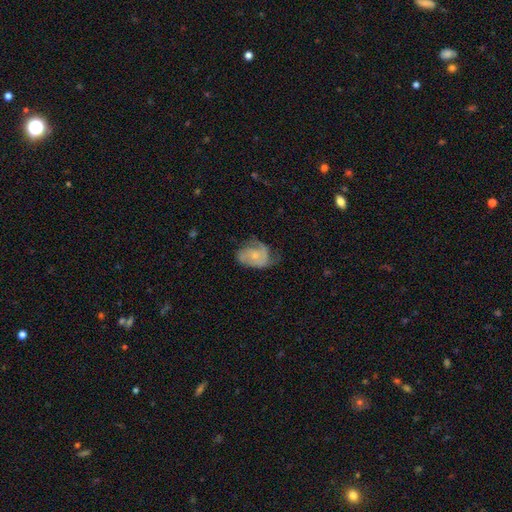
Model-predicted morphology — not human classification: A featured or disk galaxy (63%) with no bar (78%), 2 (44%) medium (42%) spiral arms (82%) and a small central bulge (59%).

Vote fractions:
- Smooth or featured? featured or disk: 63% / smooth: 30% / star or artifact: 6%
- Edge-on disk? no: 97% / yes: 3%
- Bar? no: 78% / weak: 19% / strong: 3%
- Spiral arms? yes: 82% / no: 18%
- Spiral winding? medium: 42% / tight: 35% / loose: 23%
- Spiral arm count? 2: 44% / can't tell: 22% / 3: 16% / 1: 13% / 4: 3% / more than 4: 2%
- Bulge size? small: 59% / moderate: 35% / none: 3% / large: 2% / dominant: 1%
- Merging? none: 41% / minor disturbance: 33% / major disturbance: 24% / merger: 2%